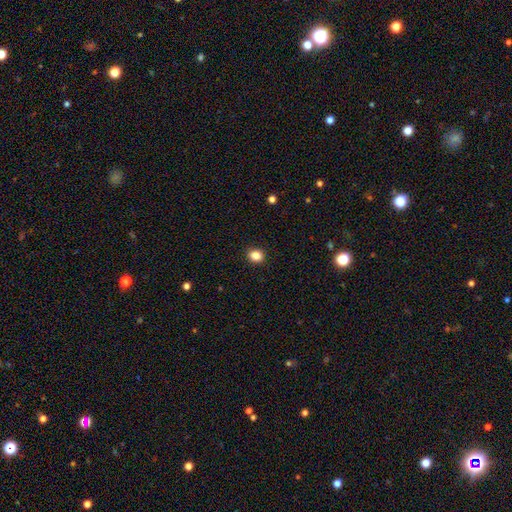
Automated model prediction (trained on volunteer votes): Smooth or featured?
  - smooth: 85% *
  - star or artifact: 11%
  - featured or disk: 5%
How rounded?
  - round: 68% *
  - in between: 31%
  - cigar-shaped: 1%
Merging?
  - none: 92% *
  - minor disturbance: 6%
  - major disturbance: 2%
  - merger: 1%